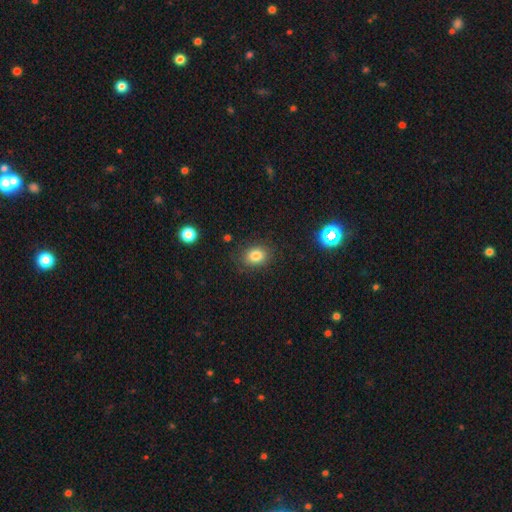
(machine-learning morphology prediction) Smooth or featured? Predicted: smooth (p=0.81). How rounded? Predicted: in between (p=0.54). Merging? Predicted: none (p=0.82).